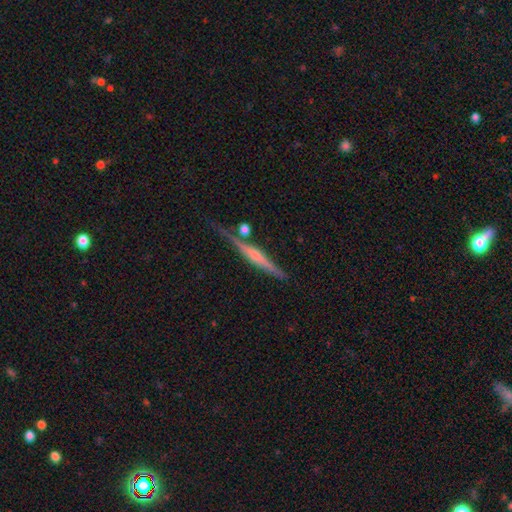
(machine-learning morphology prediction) featured or disk 68%, smooth 25%, star or artifact 7%. Down the decision tree: edge-on disk — yes (97%); edge-on bulge — rounded (59%); merging — none (71%).